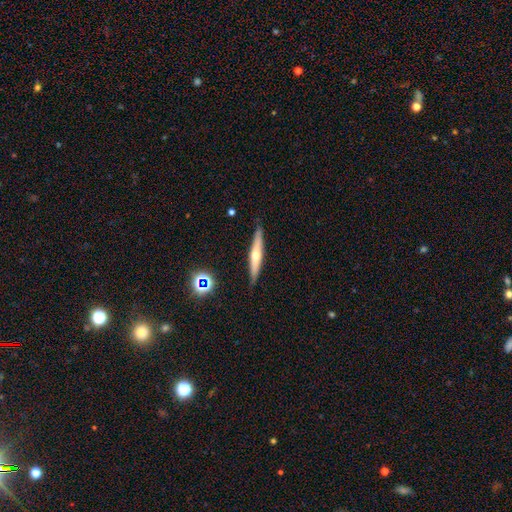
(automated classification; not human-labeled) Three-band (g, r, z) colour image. It shows a featured or disk galaxy (57%) viewed edge-on (94%) with a rounded central bulge (84%). Merging: none (87%).